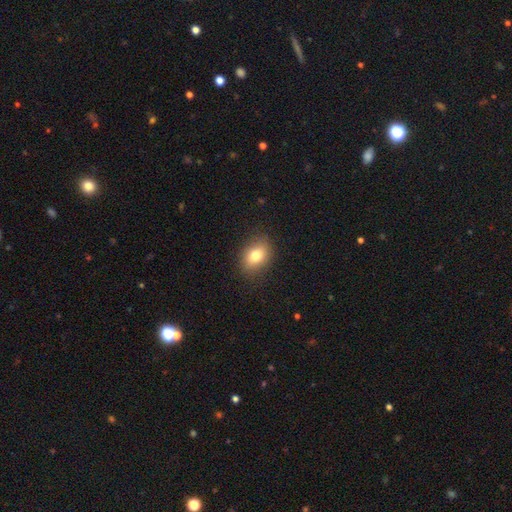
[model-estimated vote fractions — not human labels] Morphology: type=smooth (77%); roundness=in between (66%); merging=none (86%).